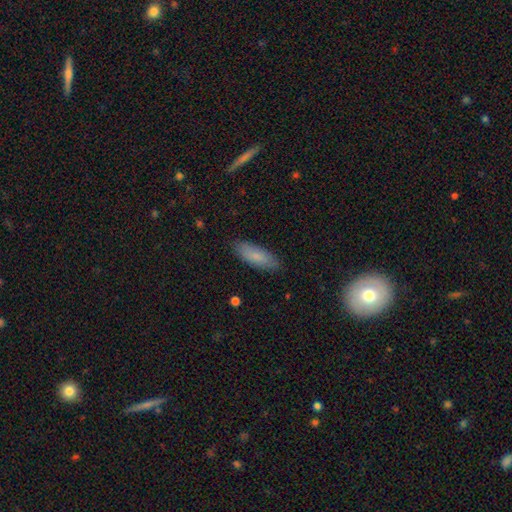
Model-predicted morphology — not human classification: type=smooth (81%); roundness=in between (63%); merging=none (86%).